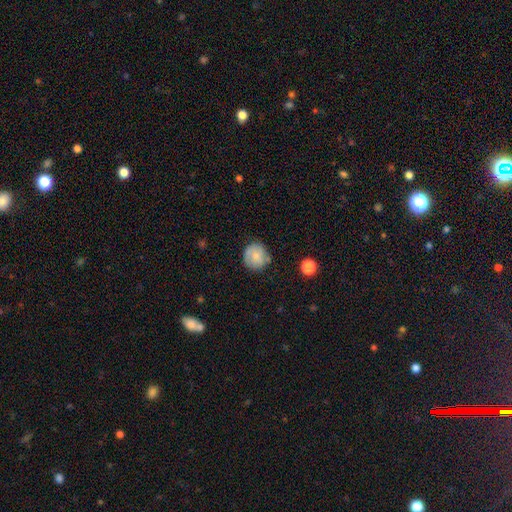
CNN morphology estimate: Q: Smooth or featured?
A: smooth (66%); runner-up: featured or disk (26%)
Q: How rounded?
A: round (88%); runner-up: in between (11%)
Q: Merging?
A: none (72%); runner-up: minor disturbance (19%)